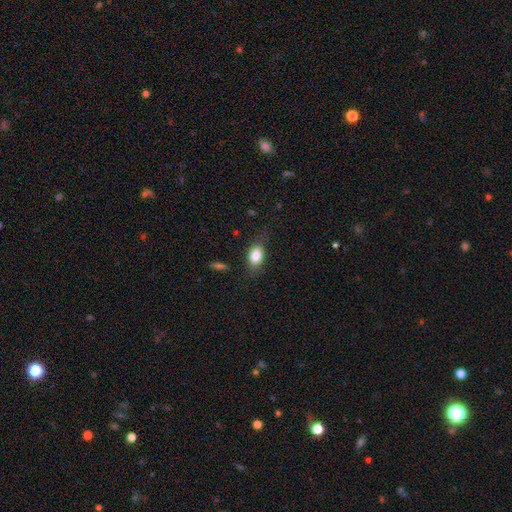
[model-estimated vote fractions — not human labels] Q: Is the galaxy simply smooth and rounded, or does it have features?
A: smooth — 82%.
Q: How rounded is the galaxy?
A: in between — 83%.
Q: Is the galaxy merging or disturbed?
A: none — 72%.